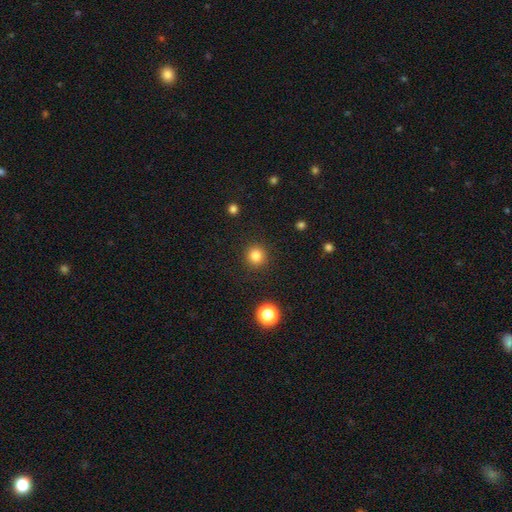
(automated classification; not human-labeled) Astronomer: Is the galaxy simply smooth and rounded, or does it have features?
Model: smooth — 83%.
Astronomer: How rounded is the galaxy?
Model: round — 93%.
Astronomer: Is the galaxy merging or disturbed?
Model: none — 91%.